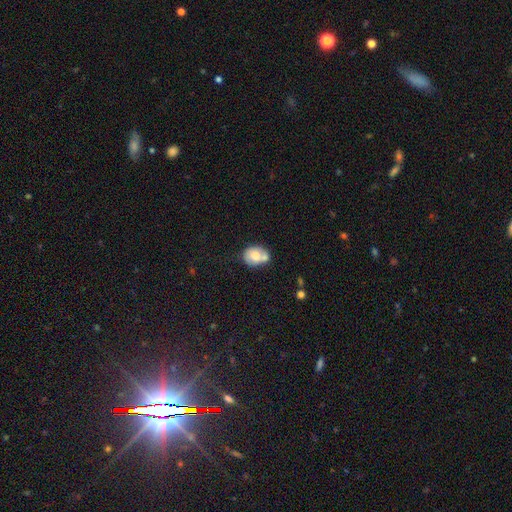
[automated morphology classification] Smooth or featured: smooth — 66% (featured or disk — 26%)
How rounded: in between — 50% (round — 49%)
Merging: merger — 40% (none — 37%)